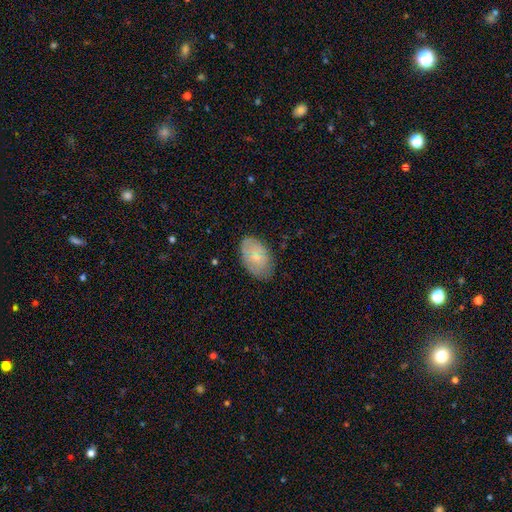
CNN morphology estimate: Smooth or featured? smooth (67%)
How rounded? in between (91%)
Merging? none (76%)